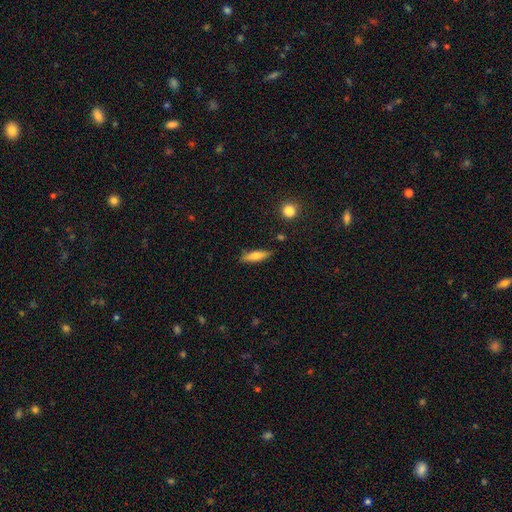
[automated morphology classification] smooth_or_featured: smooth (p=0.64) [alt: featured or disk p=0.29]
how_rounded: cigar-shaped (p=0.66) [alt: in between p=0.32]
merging: none (p=0.84) [alt: minor disturbance p=0.11]